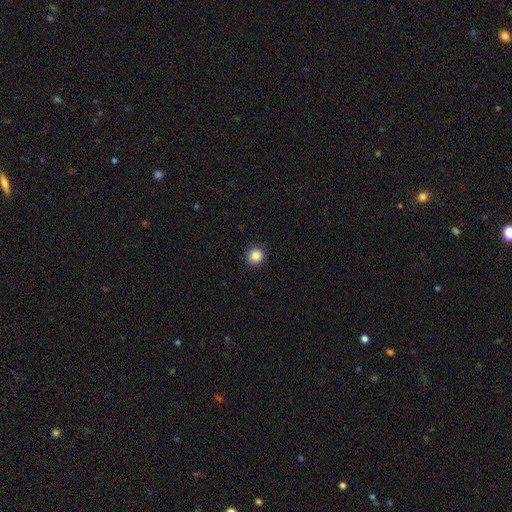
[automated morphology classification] Smooth or featured?
  - smooth: 87% *
  - star or artifact: 10%
  - featured or disk: 3%
How rounded?
  - round: 92% *
  - in between: 7%
  - cigar-shaped: 1%
Merging?
  - none: 92% *
  - minor disturbance: 6%
  - major disturbance: 2%
  - merger: 1%